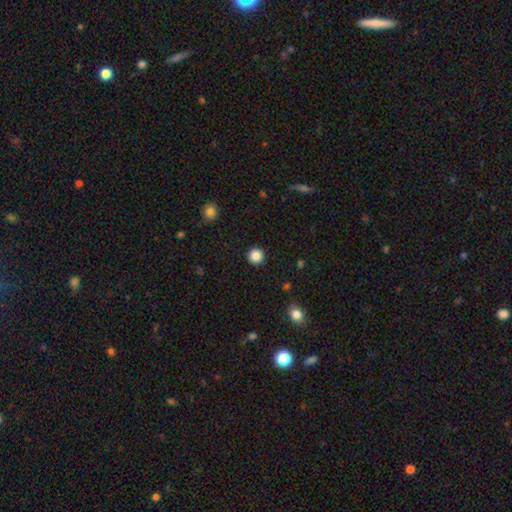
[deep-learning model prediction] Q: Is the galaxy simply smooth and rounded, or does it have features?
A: smooth — 86%.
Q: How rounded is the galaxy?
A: round — 95%.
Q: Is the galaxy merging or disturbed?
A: none — 93%.